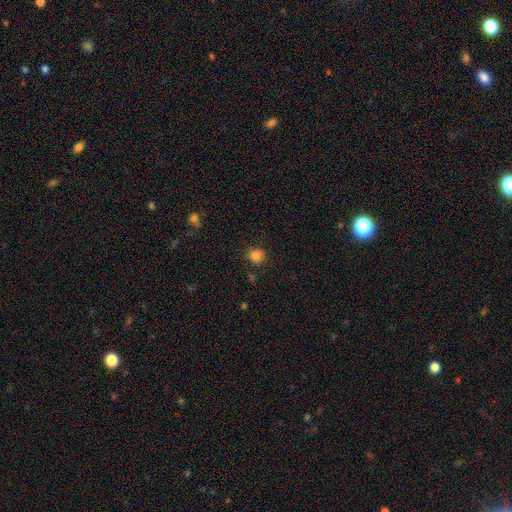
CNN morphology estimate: smooth 82%, star or artifact 13%, featured or disk 5%. Down the decision tree: how rounded — round (83%); merging — none (78%).